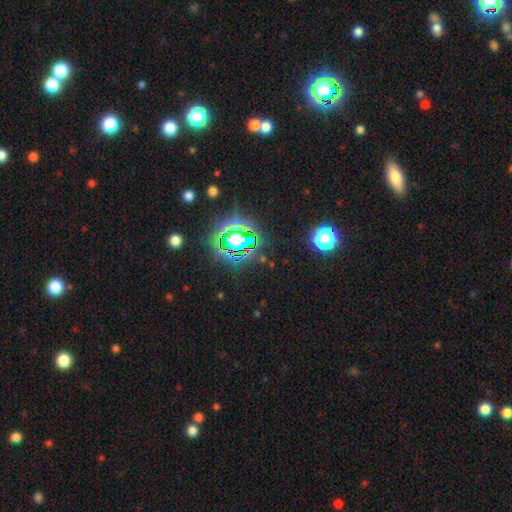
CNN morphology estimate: This appears to be a star or artifact, not a galaxy (77%).